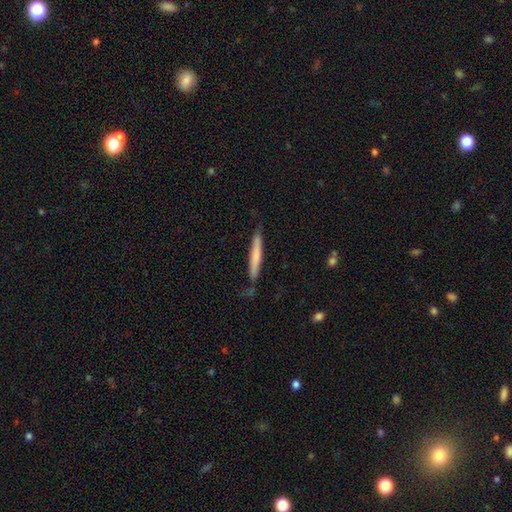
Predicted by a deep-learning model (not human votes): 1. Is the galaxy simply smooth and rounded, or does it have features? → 64% smooth, 31% featured or disk, 5% star or artifact.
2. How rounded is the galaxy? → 96% cigar-shaped, 3% in between, 1% round.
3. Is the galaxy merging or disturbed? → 79% none, 16% minor disturbance, 3% major disturbance, 2% merger.